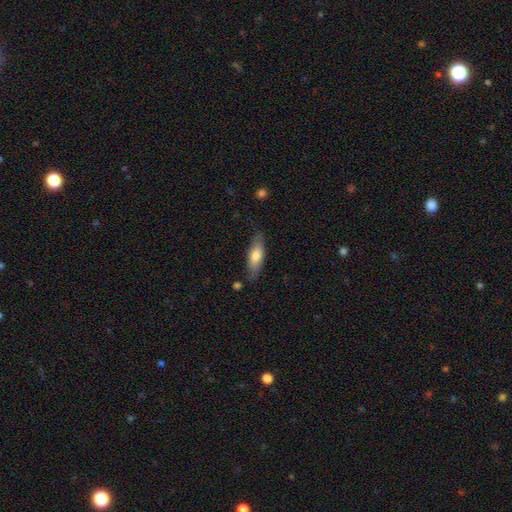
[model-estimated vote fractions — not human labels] Smooth or featured? Predicted: smooth (p=0.71). How rounded? Predicted: in between (p=0.57). Merging? Predicted: none (p=0.78).